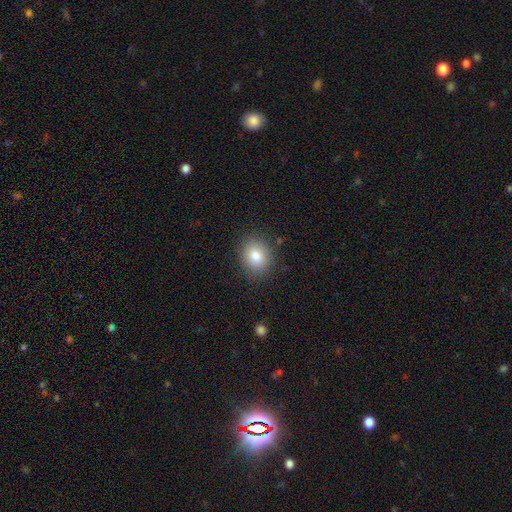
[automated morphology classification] Smooth or featured: smooth — 82% (star or artifact — 10%)
How rounded: round — 58% (in between — 42%)
Merging: none — 87% (minor disturbance — 9%)